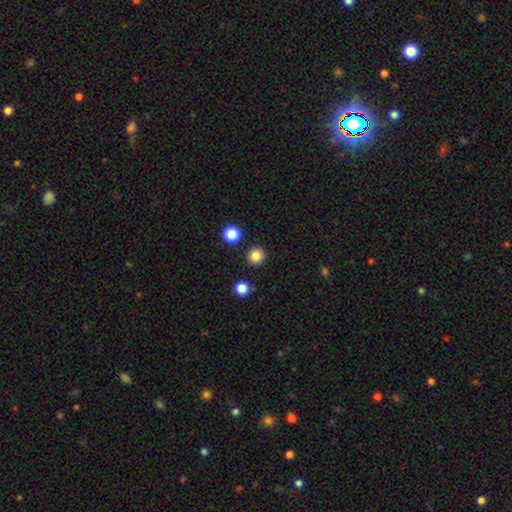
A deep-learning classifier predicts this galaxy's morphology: The model was most divided on "smooth or featured": smooth: 83%, star or artifact: 13%, featured or disk: 4%. More confident: how rounded — round (94%); merging — none (91%).